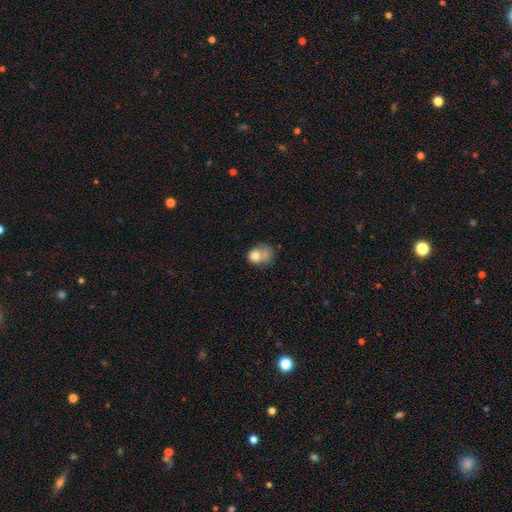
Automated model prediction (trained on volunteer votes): Smooth or featured? Predicted: smooth (p=0.74). How rounded? Predicted: round (p=0.53). Merging? Predicted: major disturbance (p=0.26, tied with none).